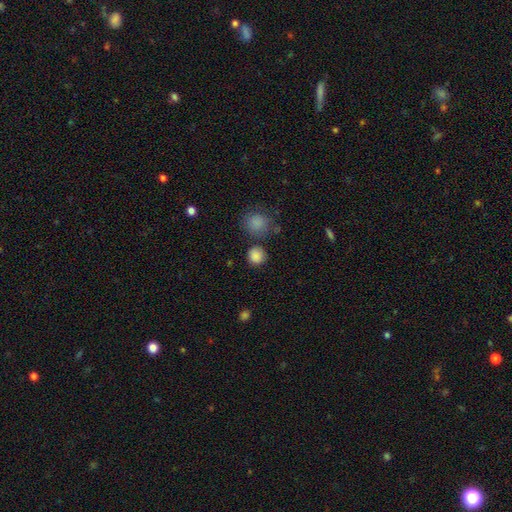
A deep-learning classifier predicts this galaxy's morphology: Smooth or featured: smooth — 85% (star or artifact — 11%)
How rounded: round — 89% (in between — 10%)
Merging: none — 78% (minor disturbance — 10%)